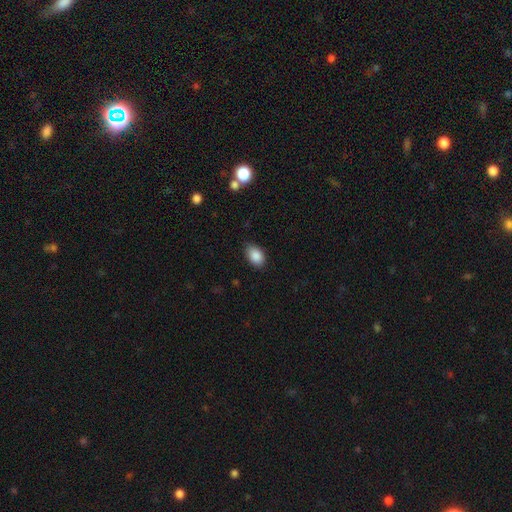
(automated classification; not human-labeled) Smooth or featured? smooth (88%)
How rounded? in between (88%)
Merging? none (78%)